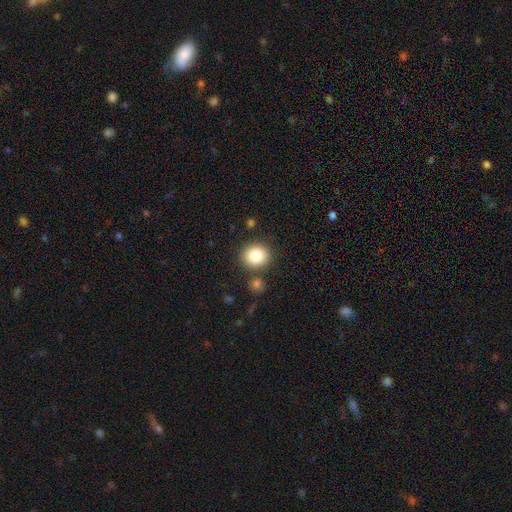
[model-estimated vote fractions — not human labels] A smooth galaxy with no disk features (85%) that is round (81%).

Vote fractions:
- Smooth or featured? smooth: 85% / star or artifact: 9% / featured or disk: 6%
- How rounded? round: 81% / in between: 18% / cigar-shaped: 1%
- Merging? none: 82% / minor disturbance: 8% / merger: 7% / major disturbance: 3%